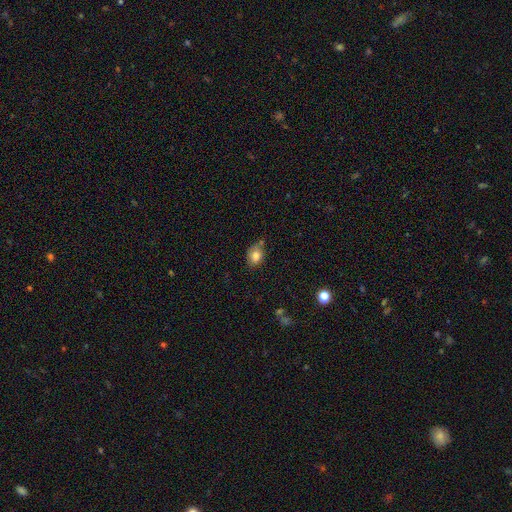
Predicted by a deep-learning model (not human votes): This is clearly a smooth galaxy (81%). How rounded: likely in between (63%). Merging: likely none (68%).